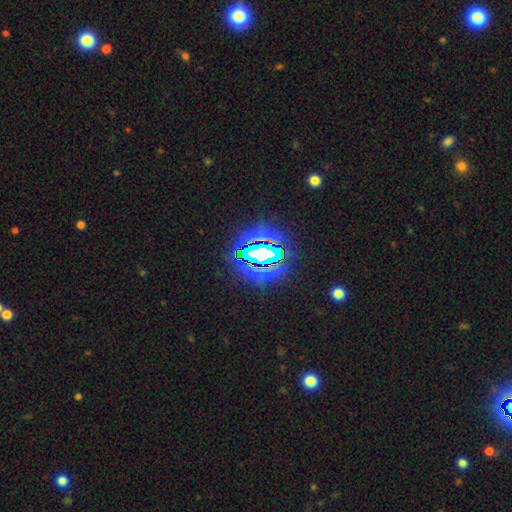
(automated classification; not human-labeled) A star or artifact, not a galaxy (76%).

Vote fractions:
- Smooth or featured? star or artifact: 76% / smooth: 13% / featured or disk: 11%